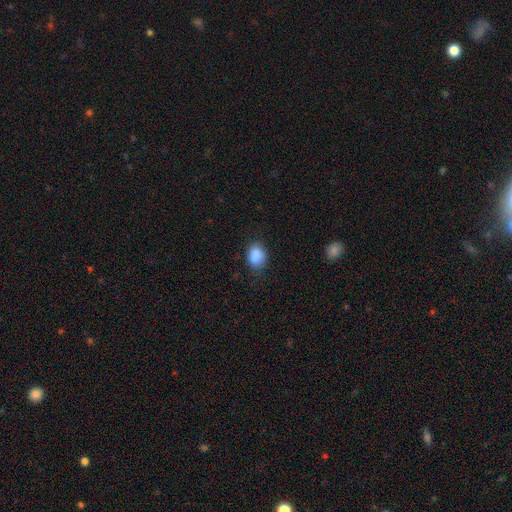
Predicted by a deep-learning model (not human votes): Smooth or featured? smooth (88%)
How rounded? in between (63%)
Merging? none (75%)